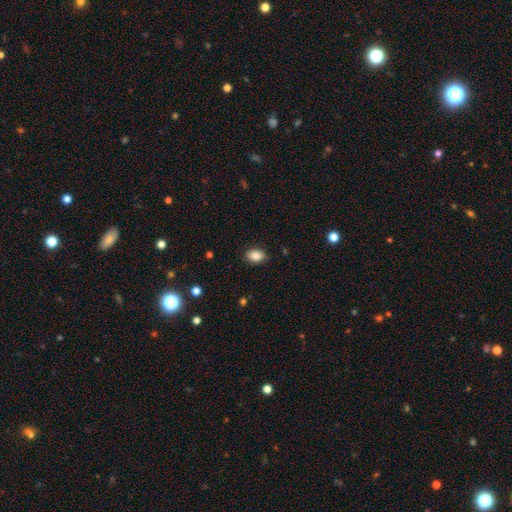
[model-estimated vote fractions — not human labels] A smooth galaxy with no disk features (87%) that is in between round and cigar-shaped (81%).

Vote fractions:
- Smooth or featured? smooth: 87% / star or artifact: 8% / featured or disk: 5%
- How rounded? in between: 81% / round: 17% / cigar-shaped: 1%
- Merging? none: 86% / minor disturbance: 11% / major disturbance: 2% / merger: 1%